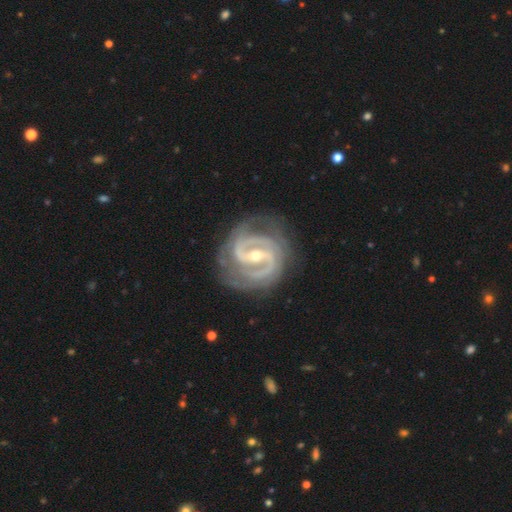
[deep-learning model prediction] This is clearly a featured or disk galaxy (93%). It is clearly not viewed edge-on (97%). Bar: possibly strong (55%). Spiral arm pattern: clearly yes (98%). Spiral arm count: likely 2 (75%). Spiral winding: possibly tight (51%). Central bulge: possibly small (50%). Merging: likely none (76%).